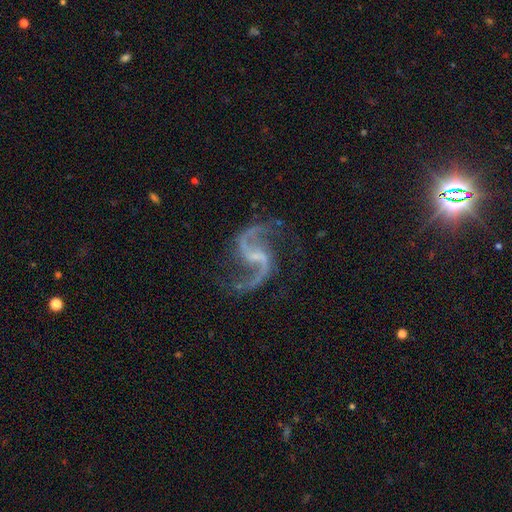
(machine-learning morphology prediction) A featured or disk galaxy (93%) with a weak bar (48%), 2 (94%) loose (64%) spiral arms (98%) and a small central bulge (54%).

Vote fractions:
- Smooth or featured? featured or disk: 93% / star or artifact: 5% / smooth: 2%
- Edge-on disk? no: 98% / yes: 2%
- Bar? weak: 48% / no: 28% / strong: 23%
- Spiral arms? yes: 98% / no: 2%
- Spiral winding? loose: 64% / medium: 31% / tight: 6%
- Spiral arm count? 2: 94% / 1: 1% / can't tell: 1% / 3: 1% / 4: 1% / more than 4: 1%
- Bulge size? small: 54% / none: 31% / moderate: 12% / large: 1% / dominant: 1%
- Merging? none: 78% / minor disturbance: 12% / major disturbance: 7% / merger: 2%